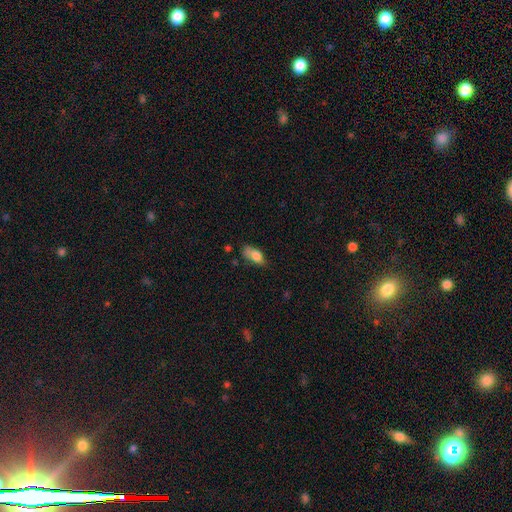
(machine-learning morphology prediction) Smooth or featured? smooth (77%)
How rounded? in between (83%)
Merging? none (43%)